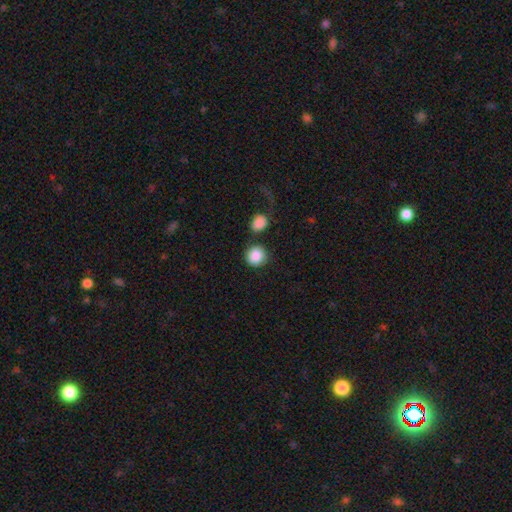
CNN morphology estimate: Smooth or featured?
  - smooth: 88% *
  - star or artifact: 7%
  - featured or disk: 4%
How rounded?
  - round: 90% *
  - in between: 9%
  - cigar-shaped: 1%
Merging?
  - none: 72% *
  - merger: 11%
  - minor disturbance: 11%
  - major disturbance: 5%